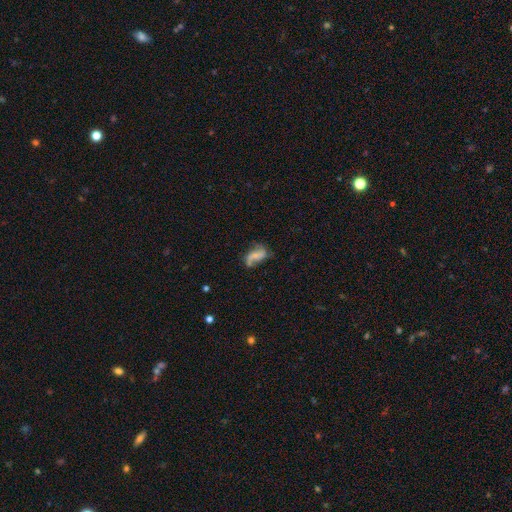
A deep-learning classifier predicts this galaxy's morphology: Q: Smooth or featured?
A: featured or disk (51%); runner-up: smooth (37%)
Q: Edge-on disk?
A: no (95%); runner-up: yes (5%)
Q: Merging?
A: none (39%); runner-up: major disturbance (26%)